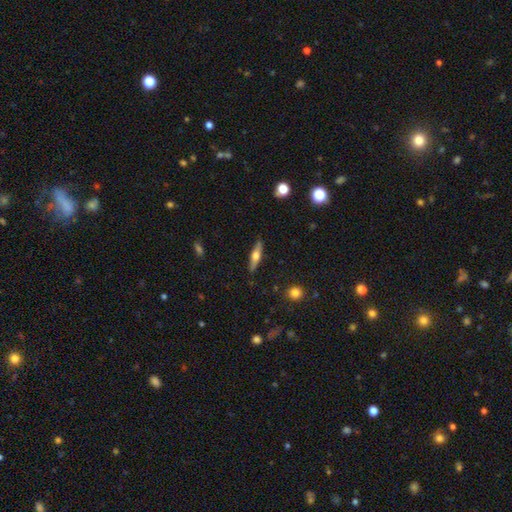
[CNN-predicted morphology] Smooth or featured? Predicted: featured or disk (p=0.51). Edge-on disk? Predicted: yes (p=0.93). Merging? Predicted: none (p=0.88).